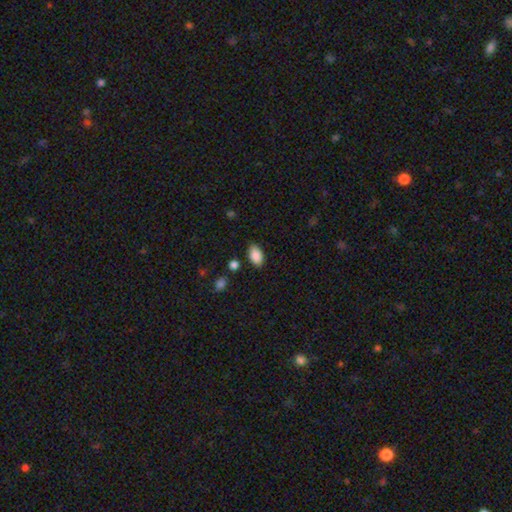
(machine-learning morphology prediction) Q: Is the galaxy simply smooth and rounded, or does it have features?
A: smooth — 89%.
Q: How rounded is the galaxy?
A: in between — 92%.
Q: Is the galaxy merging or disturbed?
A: none — 83%.